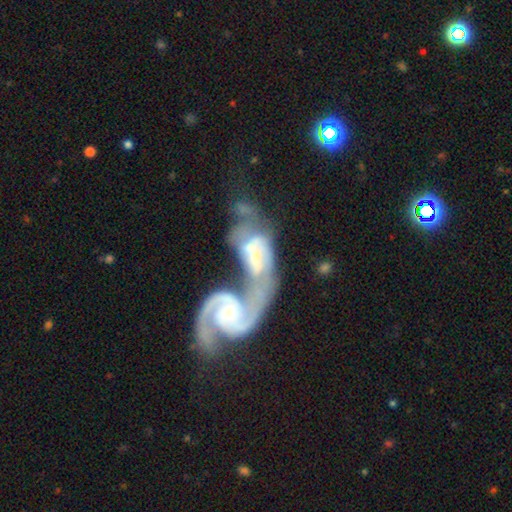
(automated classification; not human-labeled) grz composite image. It shows a featured or disk galaxy (84%) with no bar (49%), 2 (83%) medium (48%) spiral arms (92%) and a small central bulge (52%). Merging: merger (82%).